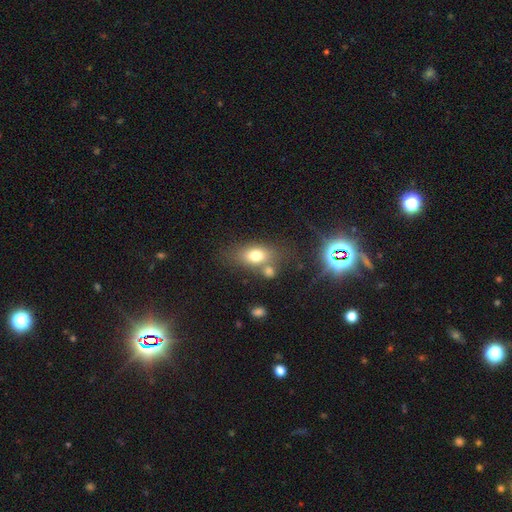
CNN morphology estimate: Smooth or featured: smooth — 73% (featured or disk — 16%)
How rounded: in between — 77% (round — 18%)
Merging: none — 57% (merger — 22%)